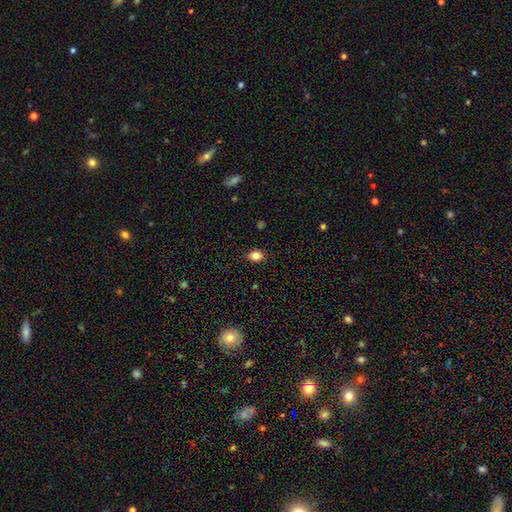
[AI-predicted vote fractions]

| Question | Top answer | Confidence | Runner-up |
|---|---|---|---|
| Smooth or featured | smooth | 83% | star or artifact (11%) |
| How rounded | in between | 54% | round (44%) |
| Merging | none | 85% | minor disturbance (11%) |